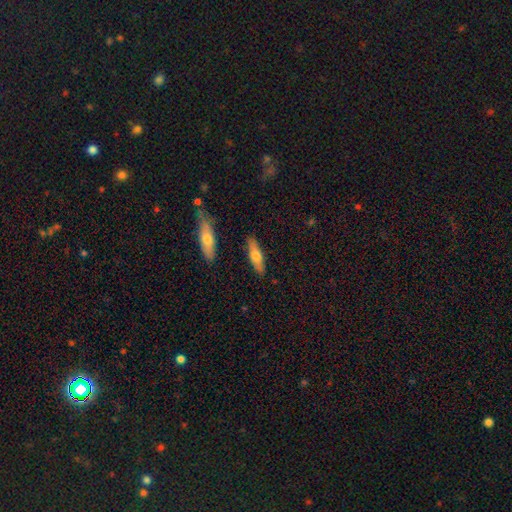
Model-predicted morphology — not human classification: smooth_or_featured: smooth (p=0.59) [alt: featured or disk p=0.36]
how_rounded: cigar-shaped (p=0.57) [alt: in between p=0.40]
merging: none (p=0.86) [alt: minor disturbance p=0.09]